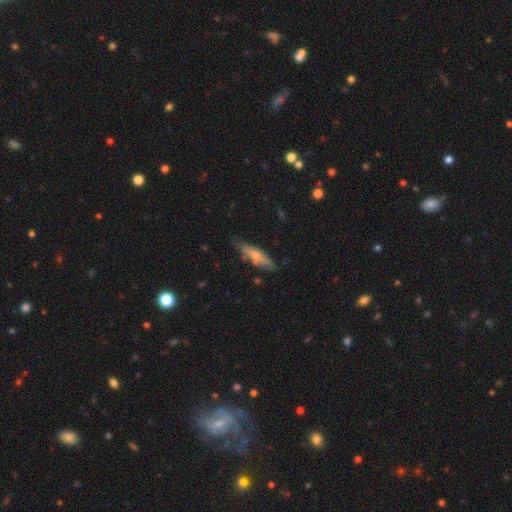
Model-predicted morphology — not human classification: Overall: smooth (56%; featured or disk 38%). How rounded: cigar-shaped (70%). Merging: none (68%).